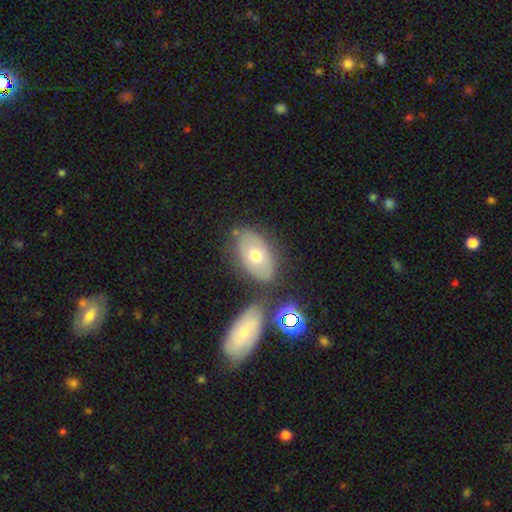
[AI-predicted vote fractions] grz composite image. It shows a smooth galaxy with no disk features (57%) that is in between round and cigar-shaped (90%). Merging: none (66%).